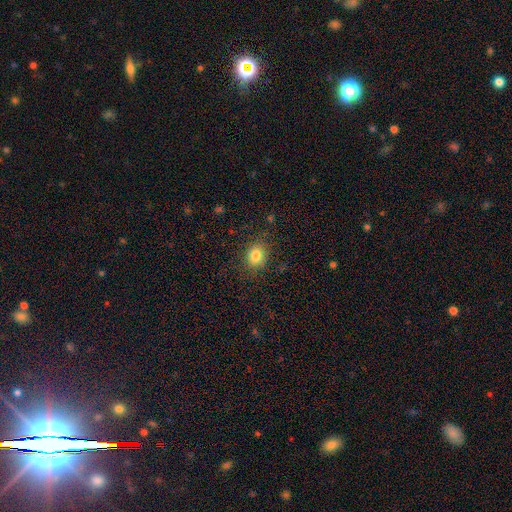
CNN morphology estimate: The model was most divided on "how rounded": round: 57%, in between: 42%, cigar-shaped: 1%. More confident: merging — none (83%); smooth or featured — smooth (83%).